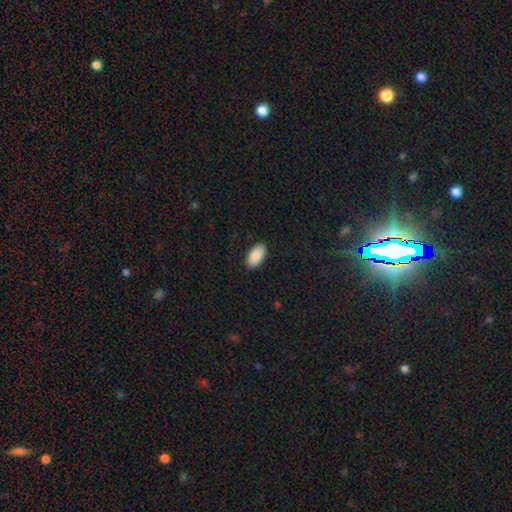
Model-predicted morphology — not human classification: Overall: smooth (91%). How rounded: in between (96%). Merging: none (89%).